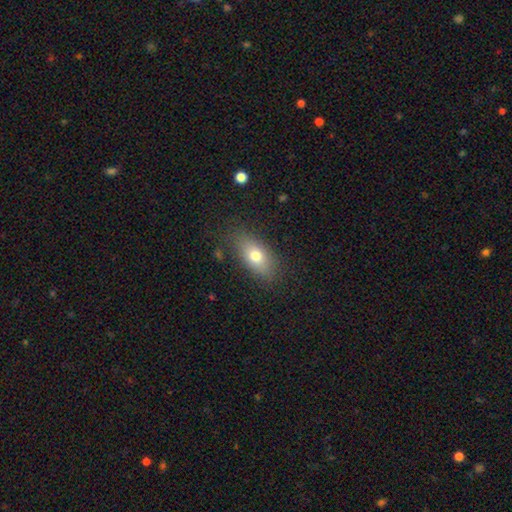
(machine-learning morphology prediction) Smooth or featured? Predicted: smooth (p=0.74). How rounded? Predicted: in between (p=0.84). Merging? Predicted: none (p=0.80).